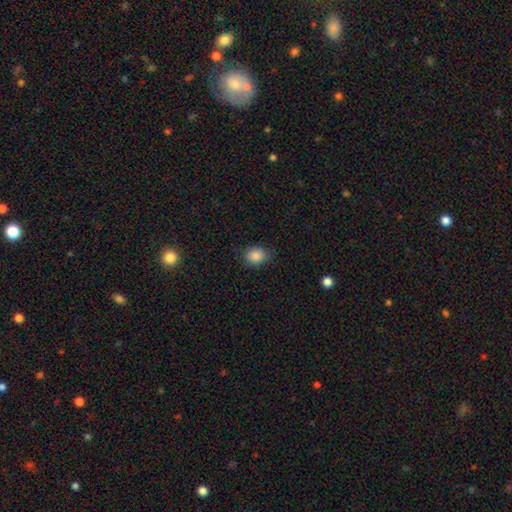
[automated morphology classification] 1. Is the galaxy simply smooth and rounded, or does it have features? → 85% smooth, 9% star or artifact, 5% featured or disk.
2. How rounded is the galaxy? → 54% round, 45% in between, 1% cigar-shaped.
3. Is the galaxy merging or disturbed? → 80% none, 16% minor disturbance, 3% major disturbance, 1% merger.